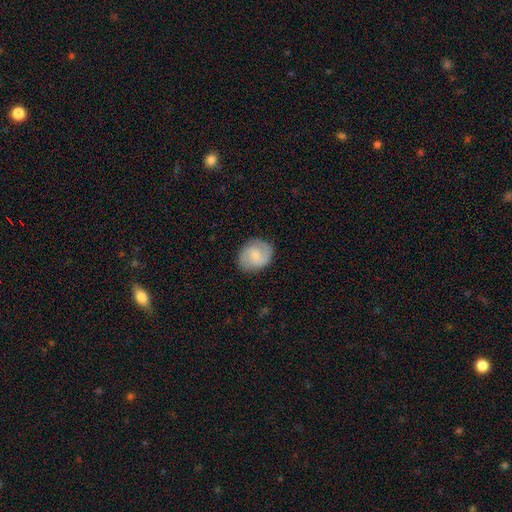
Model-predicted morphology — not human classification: Smooth or featured?
  - featured or disk: 53% *
  - smooth: 40%
  - star or artifact: 7%
Edge-on disk?
  - no: 98% *
  - yes: 2%
Bar?
  - weak: 51% *
  - no: 40%
  - strong: 9%
Spiral arms?
  - yes: 91% *
  - no: 9%
Bulge size?
  - small: 45% *
  - moderate: 33%
  - none: 17%
  - large: 4%
  - dominant: 1%
Merging?
  - none: 83% *
  - minor disturbance: 12%
  - major disturbance: 3%
  - merger: 1%